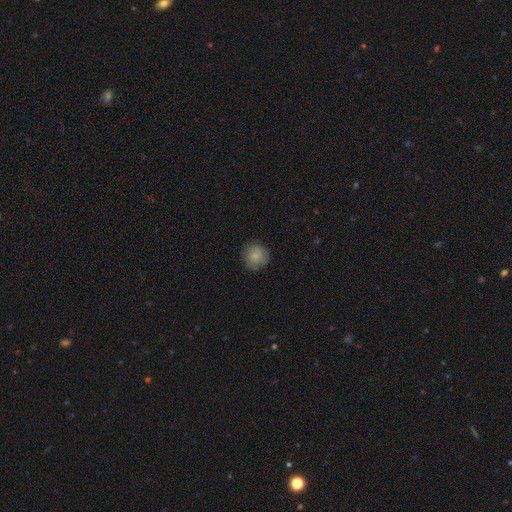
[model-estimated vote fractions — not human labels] Smooth or featured? smooth (82%)
How rounded? round (91%)
Merging? none (85%)